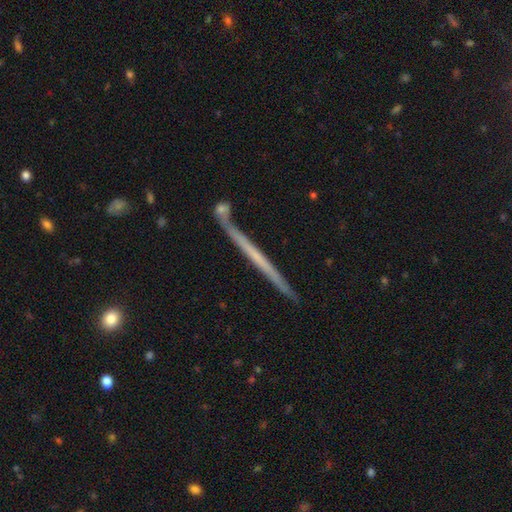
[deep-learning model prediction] The model was most divided on "smooth or featured": featured or disk: 64%, smooth: 30%, star or artifact: 6%. More confident: edge-on disk — yes (97%); edge-on bulge — none (88%); merging — none (79%).